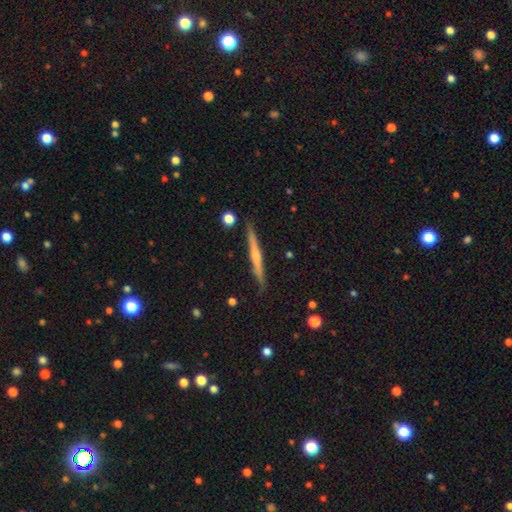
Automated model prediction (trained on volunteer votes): Smooth or featured? Predicted: featured or disk (p=0.61). Edge-on disk? Predicted: yes (p=0.98). Edge-on bulge? Predicted: rounded (p=0.54). Merging? Predicted: none (p=0.88).